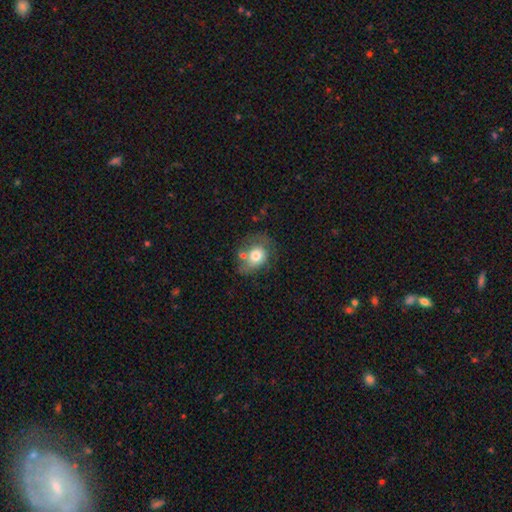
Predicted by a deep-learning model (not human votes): Overall: smooth (68%). How rounded: round (50%; in between 49%). Merging: none (44%; minor disturbance 26%).